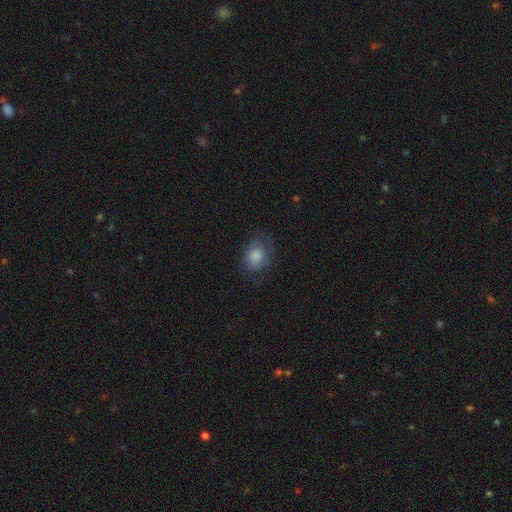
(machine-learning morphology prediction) Smooth or featured? smooth (54%)
How rounded? in between (54%)
Merging? none (69%)